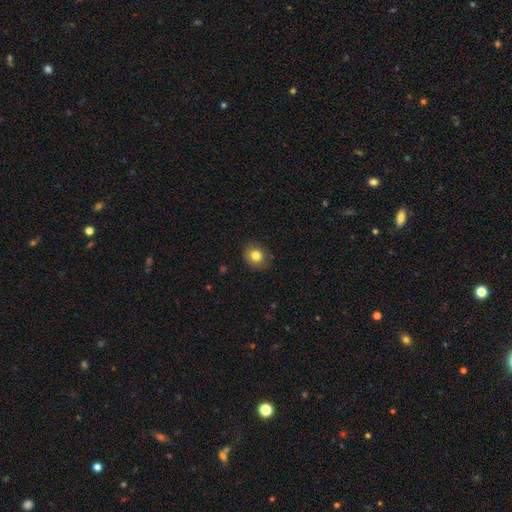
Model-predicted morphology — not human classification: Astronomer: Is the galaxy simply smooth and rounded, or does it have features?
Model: smooth — 81%.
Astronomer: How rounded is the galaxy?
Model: round — 71%.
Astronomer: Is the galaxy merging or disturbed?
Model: none — 85%.